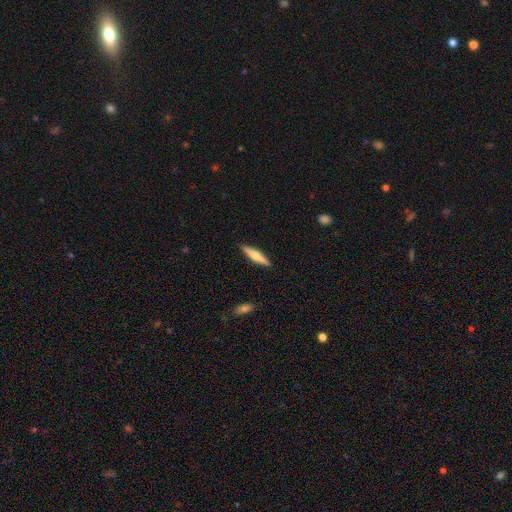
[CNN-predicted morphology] A smooth galaxy with no disk features (56%) that is cigar-shaped (86%). Merging: none (91%).